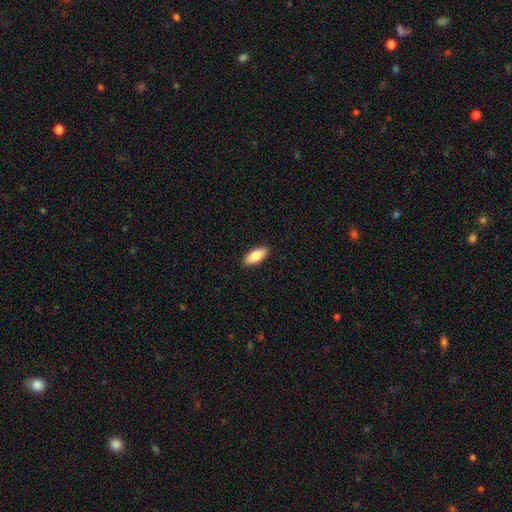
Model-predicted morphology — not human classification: smooth_or_featured: smooth (p=0.81) [alt: featured or disk p=0.13]
how_rounded: in between (p=0.88) [alt: cigar-shaped p=0.10]
merging: none (p=0.90) [alt: minor disturbance p=0.07]